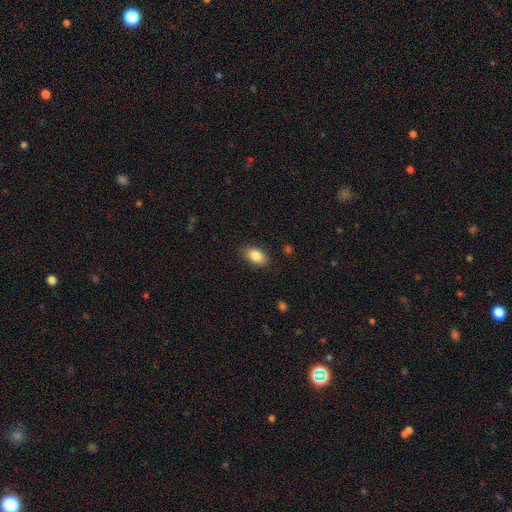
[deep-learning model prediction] smooth_or_featured: smooth (p=0.86) [alt: star or artifact p=0.08]
how_rounded: in between (p=0.89) [alt: round p=0.09]
merging: none (p=0.86) [alt: minor disturbance p=0.10]